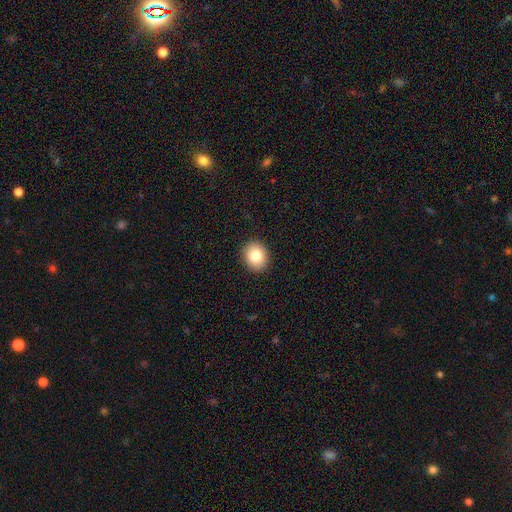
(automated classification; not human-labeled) This is clearly a smooth galaxy (82%). How rounded: likely round (62%). Merging: clearly none (91%).